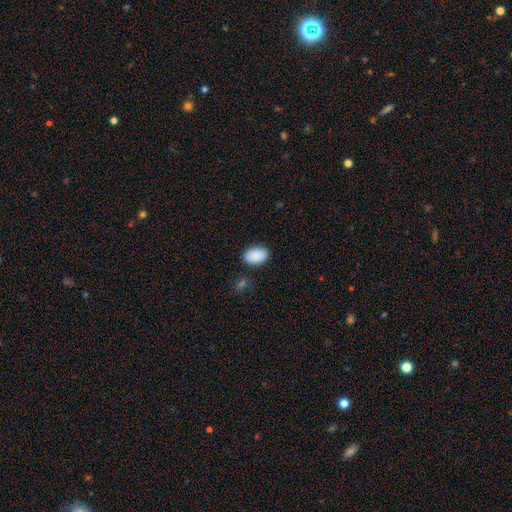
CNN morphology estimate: A smooth galaxy with no disk features (90%) that is in between round and cigar-shaped (90%). Merging: none (84%).